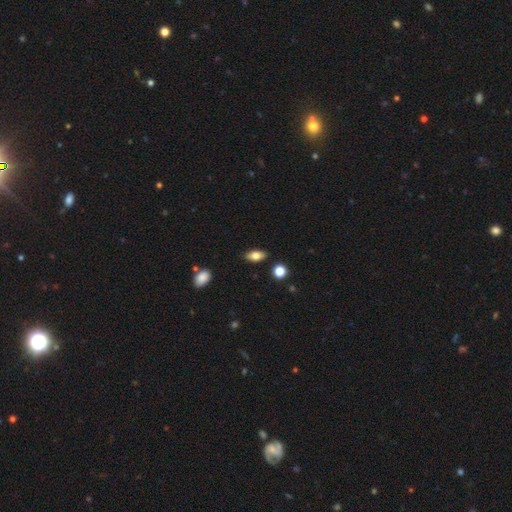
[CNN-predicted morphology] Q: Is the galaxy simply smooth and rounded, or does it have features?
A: smooth — 76%.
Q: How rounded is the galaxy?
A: in between — 87%.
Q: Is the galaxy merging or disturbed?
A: none — 86%.